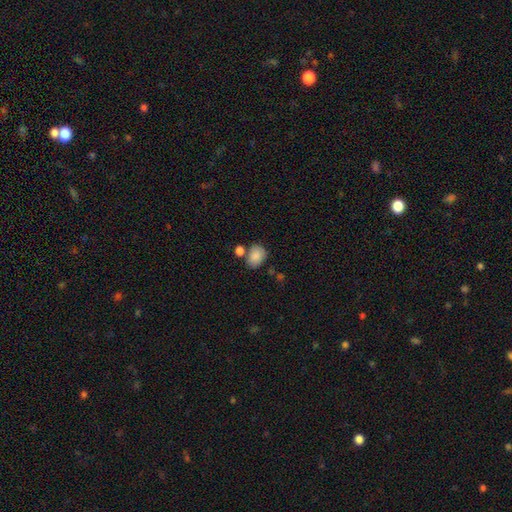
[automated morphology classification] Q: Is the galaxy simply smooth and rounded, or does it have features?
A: smooth — 86%.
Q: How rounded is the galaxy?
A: in between — 64%.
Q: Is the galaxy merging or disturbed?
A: none — 61%.